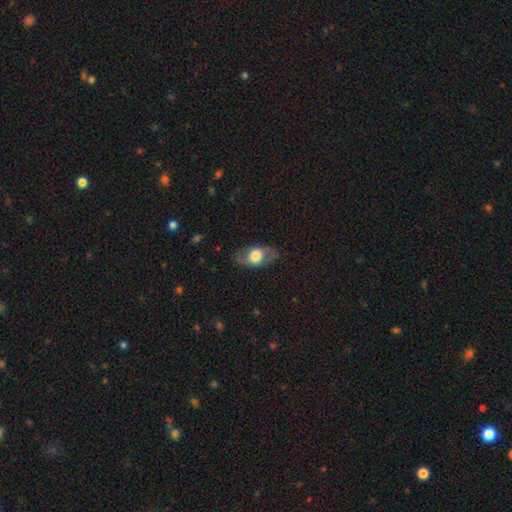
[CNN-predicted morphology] Smooth or featured?
  - smooth: 53% *
  - featured or disk: 41%
  - star or artifact: 7%
How rounded?
  - in between: 77% *
  - round: 19%
  - cigar-shaped: 4%
Merging?
  - none: 76% *
  - minor disturbance: 15%
  - major disturbance: 7%
  - merger: 1%